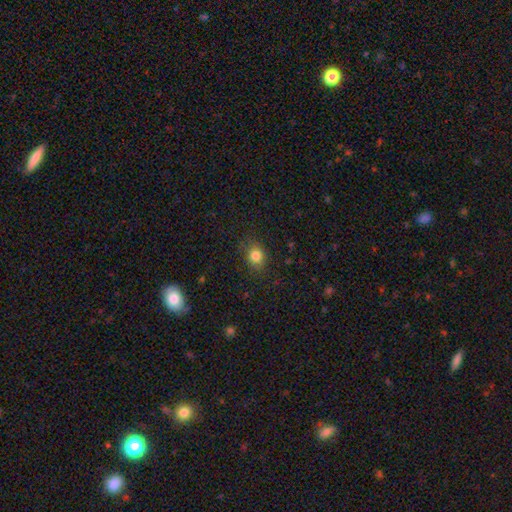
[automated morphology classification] A smooth galaxy with no disk features (82%) that is round (57%).

Vote fractions:
- Smooth or featured? smooth: 82% / star or artifact: 11% / featured or disk: 6%
- How rounded? round: 57% / in between: 42% / cigar-shaped: 1%
- Merging? none: 84% / minor disturbance: 11% / major disturbance: 3% / merger: 1%